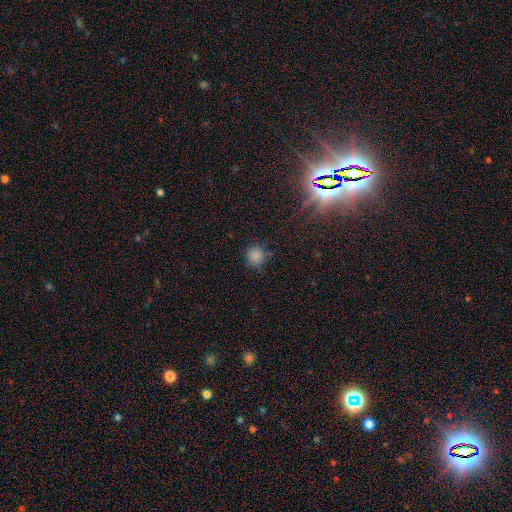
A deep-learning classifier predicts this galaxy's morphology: Smooth or featured? smooth (80%)
How rounded? round (92%)
Merging? none (82%)